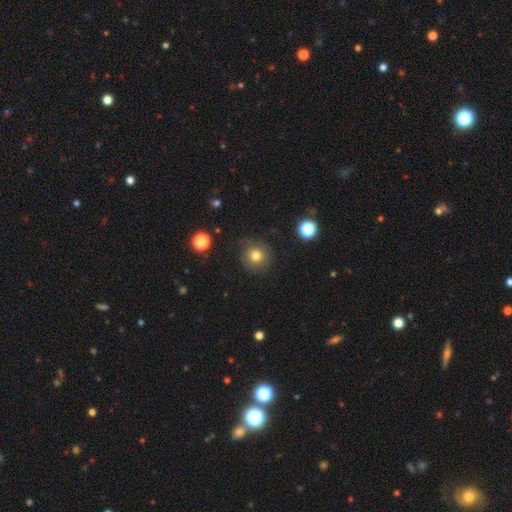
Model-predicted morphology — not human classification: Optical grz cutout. It shows a smooth galaxy with no disk features (76%) that is round (94%). Merging: none (85%).